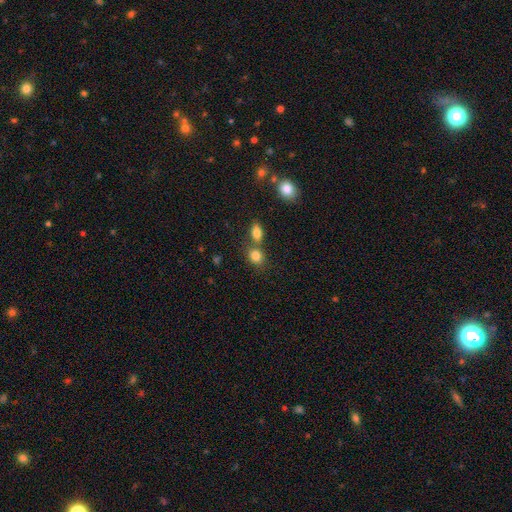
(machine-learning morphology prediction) A smooth galaxy with no disk features (82%) that is round (52%). Merging: none (50%).